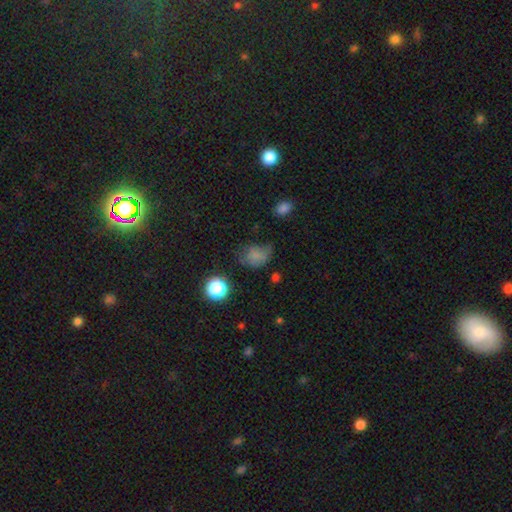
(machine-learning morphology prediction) Overall: smooth (69%). How rounded: in between (57%; round 42%). Merging: none (40%; minor disturbance 34%).